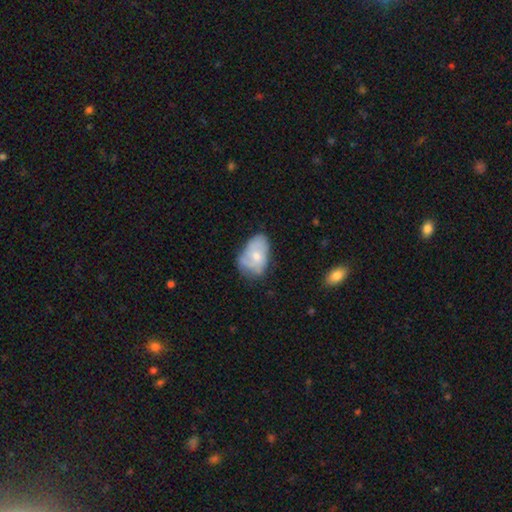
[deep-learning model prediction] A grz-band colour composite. It shows a smooth galaxy with no disk features (54%) that is in between round and cigar-shaped (86%). Merging: none (44%).